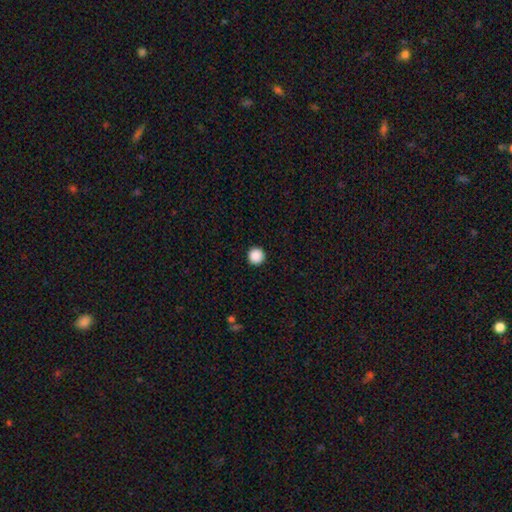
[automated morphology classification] The model was most divided on "smooth or featured": smooth: 89%, star or artifact: 9%, featured or disk: 2%. More confident: how rounded — round (96%); merging — none (94%).